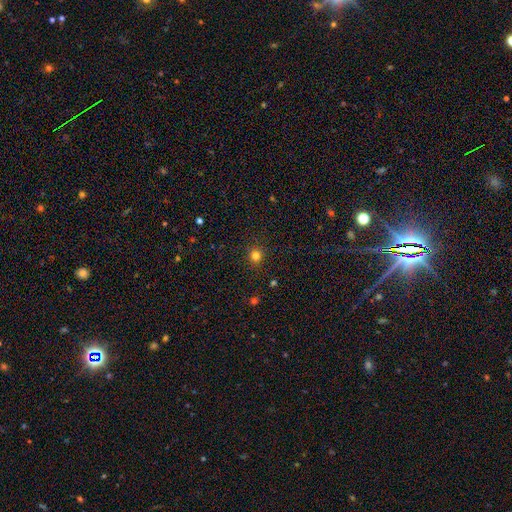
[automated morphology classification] smooth_or_featured: smooth (p=0.80) [alt: star or artifact p=0.16]
how_rounded: round (p=0.93) [alt: in between p=0.06]
merging: none (p=0.91) [alt: minor disturbance p=0.06]